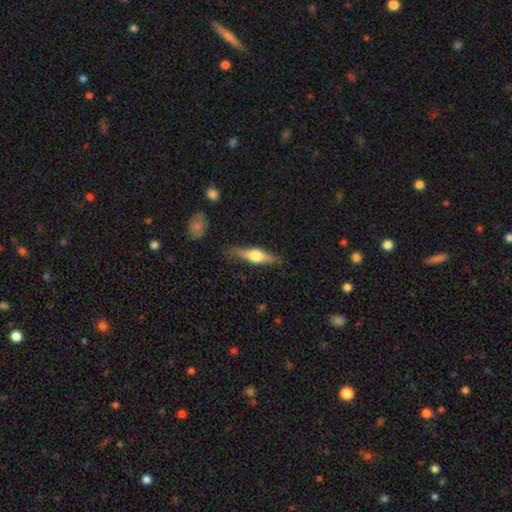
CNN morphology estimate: Q: Smooth or featured?
A: featured or disk (59%); runner-up: smooth (36%)
Q: Edge-on disk?
A: yes (95%); runner-up: no (5%)
Q: Edge-on bulge?
A: rounded (91%); runner-up: boxy (7%)
Q: Merging?
A: none (83%); runner-up: minor disturbance (13%)